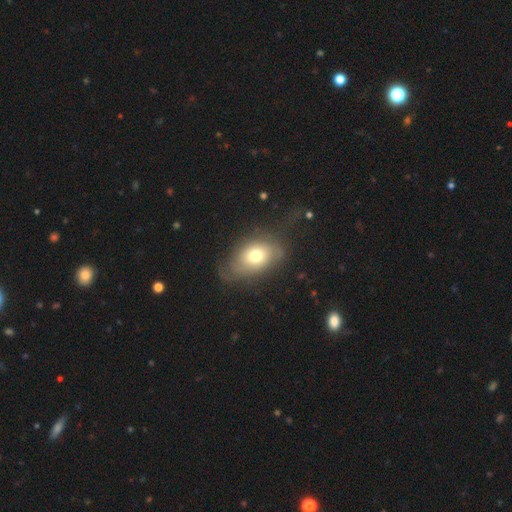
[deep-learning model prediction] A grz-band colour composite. It shows a smooth galaxy with no disk features (63%) that is in between round and cigar-shaped (76%). Merging: none (49%).